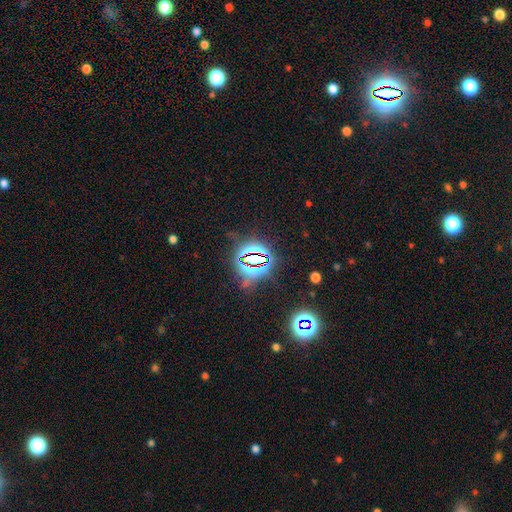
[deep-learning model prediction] Smooth or featured? Predicted: star or artifact (p=0.81).